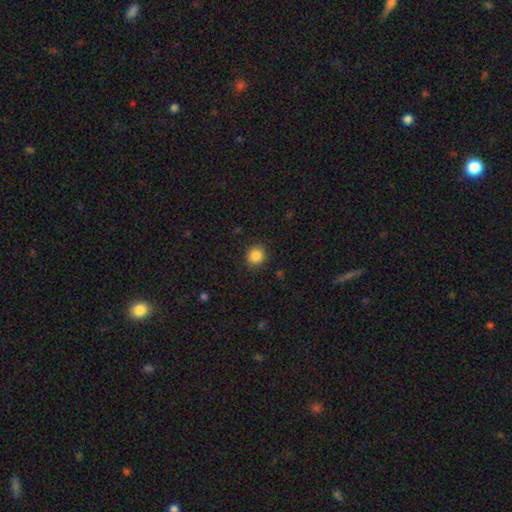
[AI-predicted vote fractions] Smooth or featured: smooth — 87% (star or artifact — 10%)
How rounded: round — 90% (in between — 9%)
Merging: none — 90% (minor disturbance — 7%)